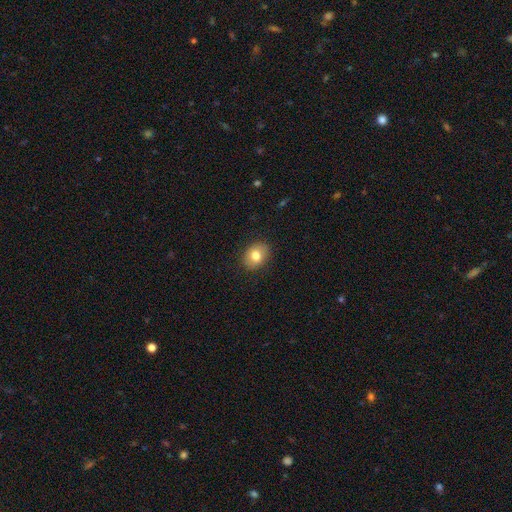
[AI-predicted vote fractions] This appears to be a smooth galaxy with no disk features (79%) that is in between round and cigar-shaped (55%). Merging: none (88%).